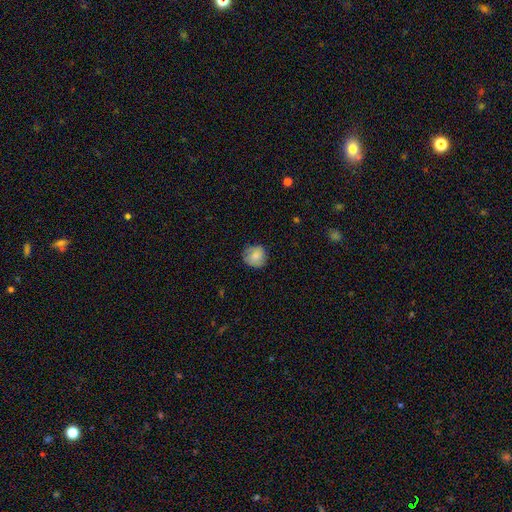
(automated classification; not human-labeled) The model was most divided on "merging": none: 80%, minor disturbance: 15%, major disturbance: 3%, merger: 1%. More confident: how rounded — round (90%); smooth or featured — smooth (81%).